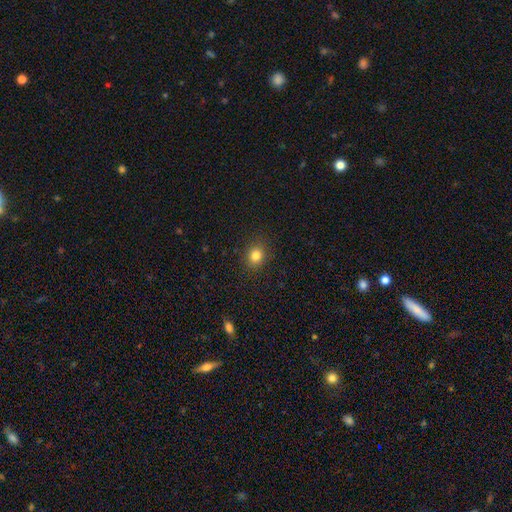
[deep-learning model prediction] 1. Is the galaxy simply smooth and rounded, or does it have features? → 82% smooth, 13% star or artifact, 6% featured or disk.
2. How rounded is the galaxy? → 69% round, 30% in between, 1% cigar-shaped.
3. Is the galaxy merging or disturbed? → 89% none, 8% minor disturbance, 2% major disturbance, 1% merger.